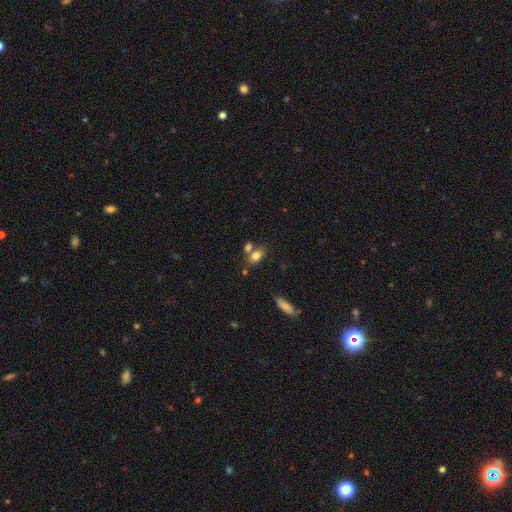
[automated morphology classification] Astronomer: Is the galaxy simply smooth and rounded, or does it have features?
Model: smooth — 79%.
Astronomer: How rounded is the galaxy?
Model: in between — 83%.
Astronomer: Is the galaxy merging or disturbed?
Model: none — 50% (runner-up: merger, 34%).